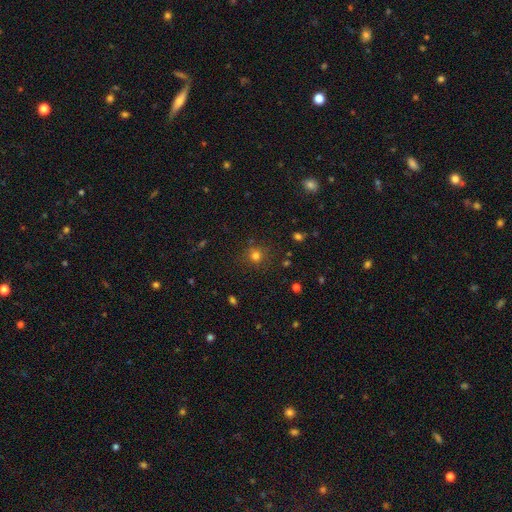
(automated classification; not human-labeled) A smooth galaxy with no disk features (75%) that is round (89%). Merging: none (83%).